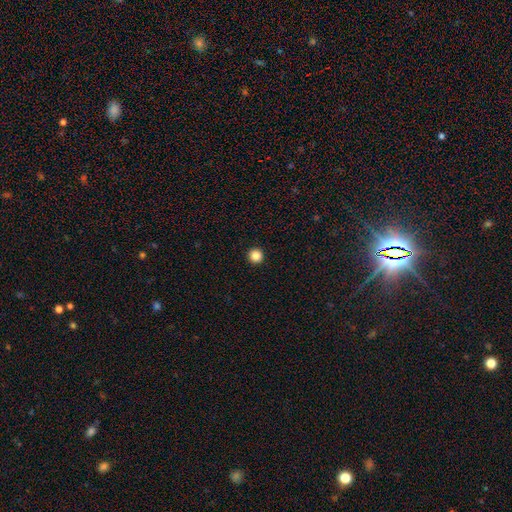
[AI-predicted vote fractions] Q: Smooth or featured?
A: smooth (85%); runner-up: star or artifact (11%)
Q: How rounded?
A: round (96%); runner-up: in between (3%)
Q: Merging?
A: none (94%); runner-up: minor disturbance (3%)